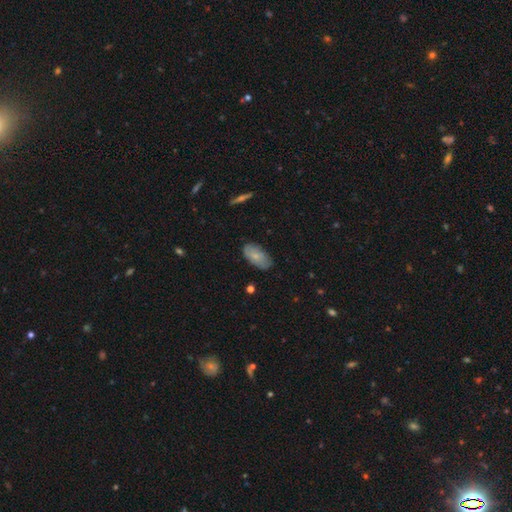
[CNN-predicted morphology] Smooth or featured? smooth (71%)
How rounded? in between (93%)
Merging? none (73%)